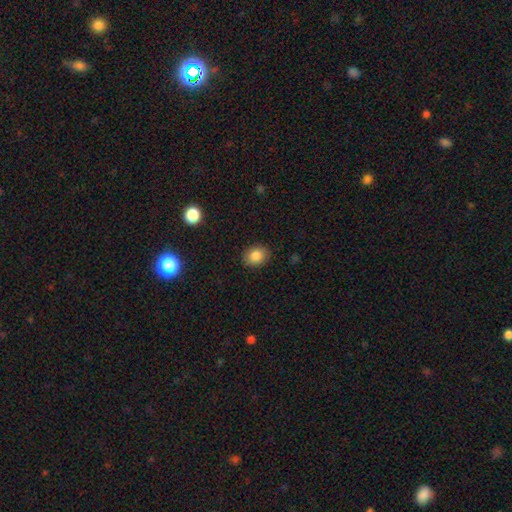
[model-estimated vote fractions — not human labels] Smooth or featured: smooth — 85% (star or artifact — 9%)
How rounded: in between — 59% (round — 40%)
Merging: none — 88% (minor disturbance — 9%)